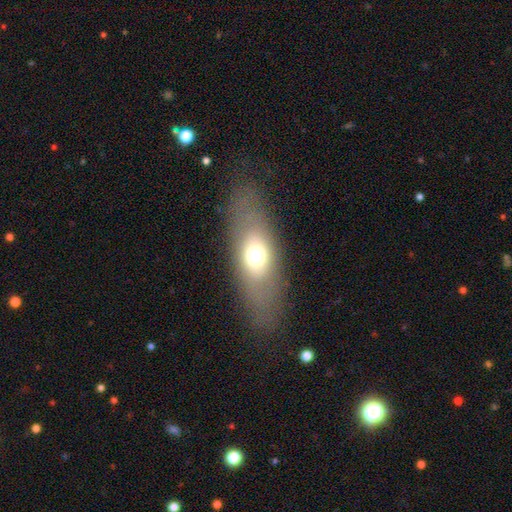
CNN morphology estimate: Smooth or featured?
  - smooth: 58% *
  - featured or disk: 31%
  - star or artifact: 11%
How rounded?
  - in between: 74% *
  - cigar-shaped: 17%
  - round: 9%
Merging?
  - none: 78% *
  - minor disturbance: 13%
  - major disturbance: 8%
  - merger: 1%